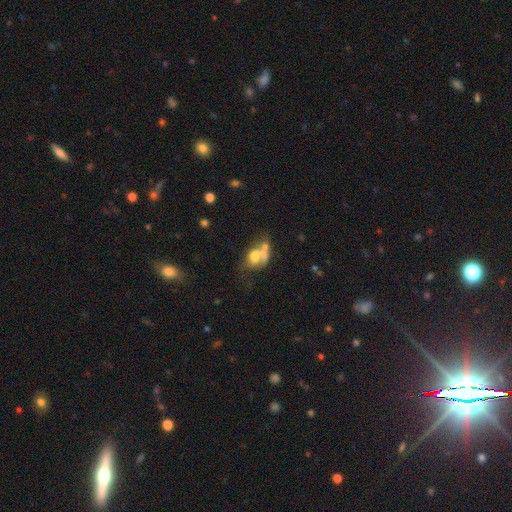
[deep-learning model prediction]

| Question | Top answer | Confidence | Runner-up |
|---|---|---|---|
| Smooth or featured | smooth | 50% | featured or disk (37%) |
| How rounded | in between | 70% | round (28%) |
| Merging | merger | 50% | major disturbance (21%) |